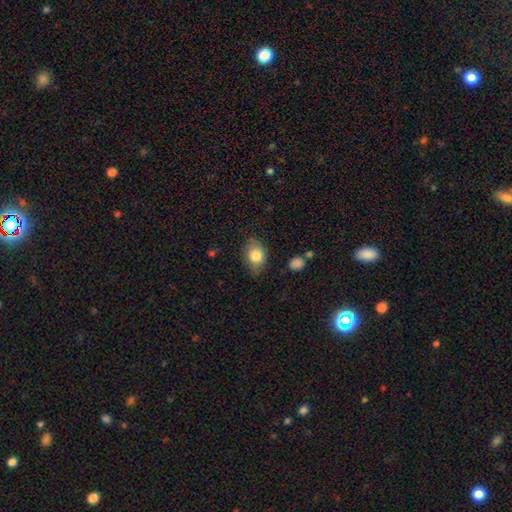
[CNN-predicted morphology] A smooth galaxy with no disk features (81%) that is in between round and cigar-shaped (73%).

Vote fractions:
- Smooth or featured? smooth: 81% / featured or disk: 11% / star or artifact: 8%
- How rounded? in between: 73% / round: 26% / cigar-shaped: 1%
- Merging? none: 75% / minor disturbance: 19% / major disturbance: 4% / merger: 2%